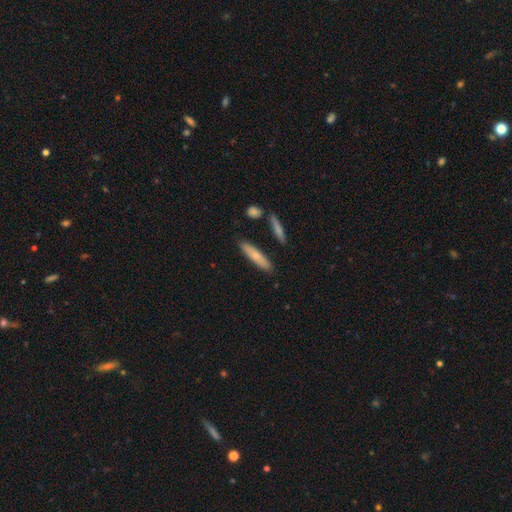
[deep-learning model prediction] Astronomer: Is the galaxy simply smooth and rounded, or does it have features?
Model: smooth — 67%.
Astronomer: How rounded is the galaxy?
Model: cigar-shaped — 80%.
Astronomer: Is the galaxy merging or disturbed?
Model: none — 85%.